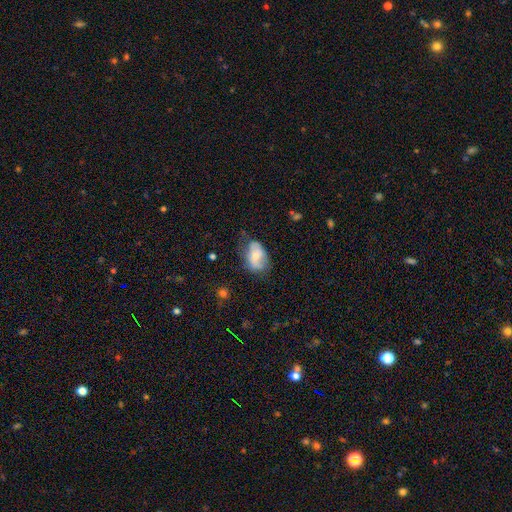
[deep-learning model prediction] Smooth or featured? Predicted: smooth (p=0.58). How rounded? Predicted: in between (p=0.87). Merging? Predicted: none (p=0.46).